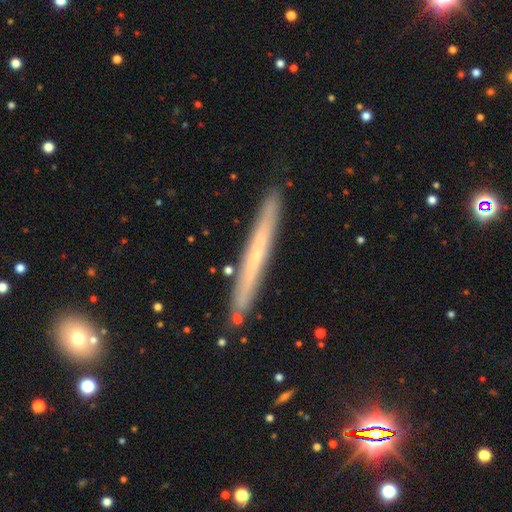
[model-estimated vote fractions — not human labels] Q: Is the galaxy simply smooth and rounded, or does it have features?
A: featured or disk — 56%.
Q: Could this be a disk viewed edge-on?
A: yes — 94%.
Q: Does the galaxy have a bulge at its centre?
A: none — 76%.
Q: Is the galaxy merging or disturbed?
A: none — 89%.